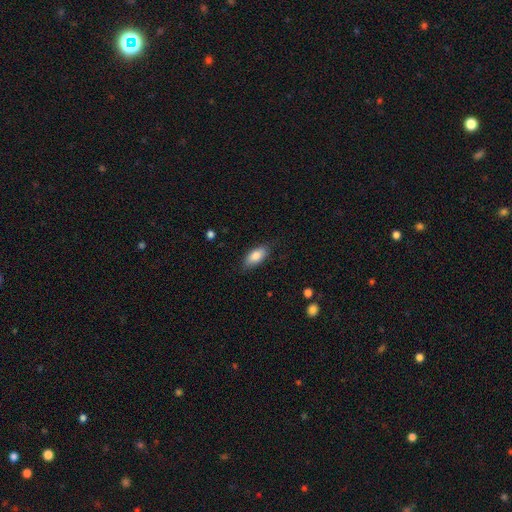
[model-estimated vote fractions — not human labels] Overall: smooth (84%). How rounded: in between (88%). Merging: none (82%).